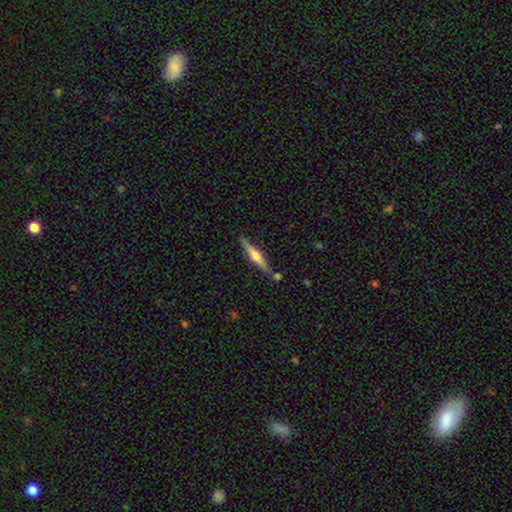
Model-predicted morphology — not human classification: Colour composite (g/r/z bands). It shows a featured or disk galaxy (67%) viewed edge-on (98%) with a rounded central bulge (89%). Merging: none (82%).